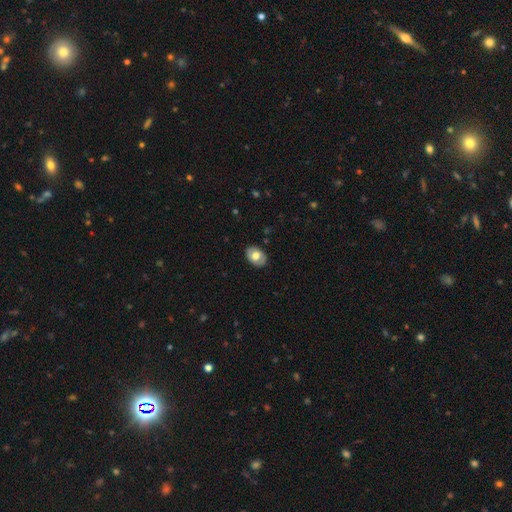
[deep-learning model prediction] A smooth galaxy with no disk features (60%) that is in between round and cigar-shaped (76%).

Vote fractions:
- Smooth or featured? smooth: 60% / featured or disk: 34% / star or artifact: 6%
- How rounded? in between: 76% / round: 23% / cigar-shaped: 1%
- Merging? none: 85% / minor disturbance: 11% / major disturbance: 2% / merger: 1%